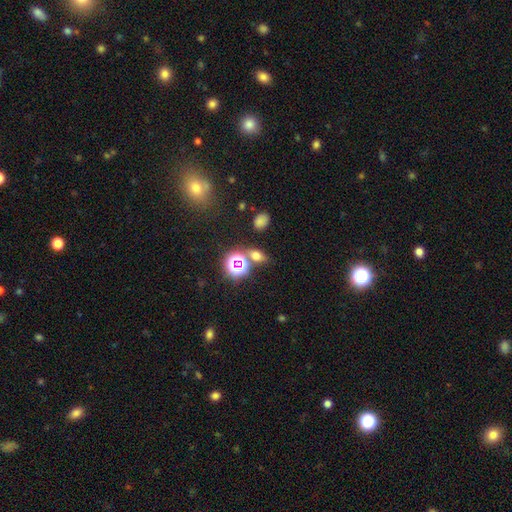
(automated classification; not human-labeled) Smooth or featured? Predicted: smooth (p=0.57). How rounded? Predicted: in between (p=0.67). Merging? Predicted: none (p=0.72).